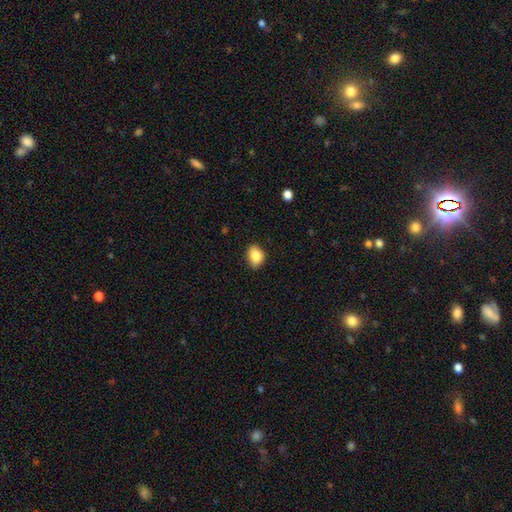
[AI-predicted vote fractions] Smooth or featured? Predicted: smooth (p=0.85). How rounded? Predicted: in between (p=0.64). Merging? Predicted: none (p=0.74).